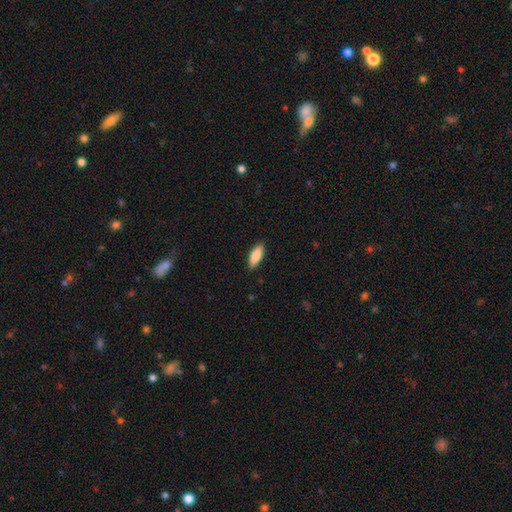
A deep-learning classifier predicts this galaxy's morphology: The model was most divided on "how rounded": in between: 73%, cigar-shaped: 25%, round: 2%. More confident: merging — none (89%); smooth or featured — smooth (85%).